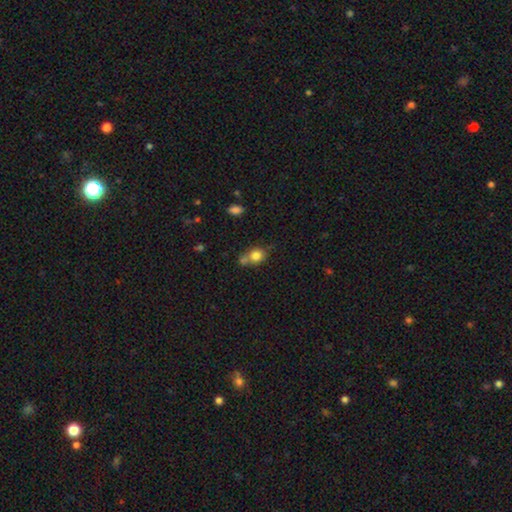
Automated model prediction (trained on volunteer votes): Smooth or featured?
  - smooth: 81% *
  - star or artifact: 10%
  - featured or disk: 9%
How rounded?
  - round: 67% *
  - in between: 32%
  - cigar-shaped: 1%
Merging?
  - none: 45% *
  - merger: 37%
  - minor disturbance: 13%
  - major disturbance: 5%